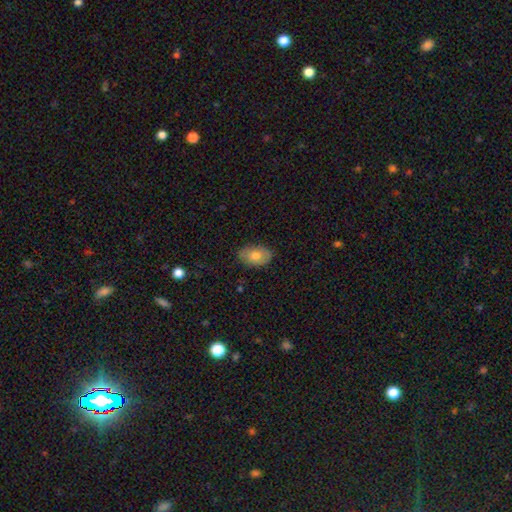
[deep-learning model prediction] Q: Smooth or featured?
A: smooth (73%); runner-up: featured or disk (19%)
Q: How rounded?
A: in between (87%); runner-up: round (11%)
Q: Merging?
A: none (82%); runner-up: minor disturbance (14%)